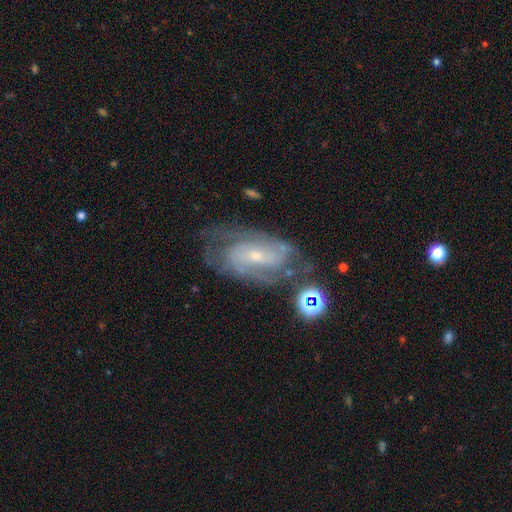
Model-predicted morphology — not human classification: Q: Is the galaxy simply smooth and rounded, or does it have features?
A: featured or disk — 79%.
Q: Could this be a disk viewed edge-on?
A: no — 95%.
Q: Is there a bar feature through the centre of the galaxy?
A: no — 50%.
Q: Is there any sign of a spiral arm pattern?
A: yes — 90%.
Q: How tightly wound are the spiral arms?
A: tight — 44%.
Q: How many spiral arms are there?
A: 2 — 40%.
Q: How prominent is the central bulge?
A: small — 68%.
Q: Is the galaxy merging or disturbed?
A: none — 58%.